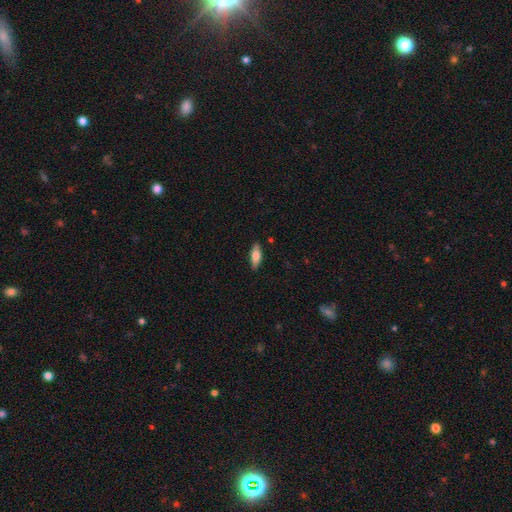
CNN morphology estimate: smooth-or-featured: smooth: 69% | featured or disk: 25% | star or artifact: 6%
  how-rounded: in between: 64% | cigar-shaped: 33% | round: 2%
  merging: none: 88% | minor disturbance: 9% | major disturbance: 2% | merger: 1%